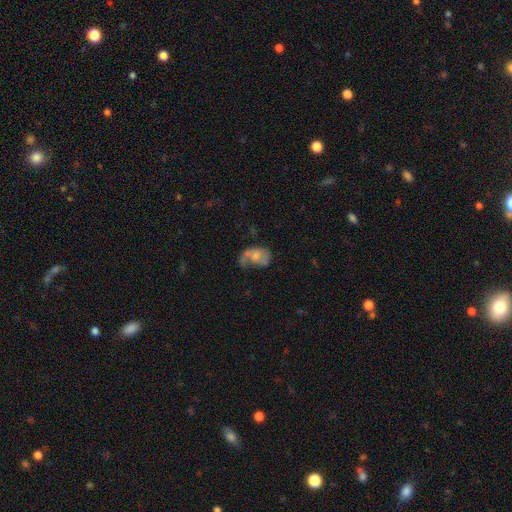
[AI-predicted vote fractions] smooth_or_featured: smooth (p=0.46) [alt: featured or disk p=0.45]
merging: major disturbance (p=0.35) [alt: none p=0.25]